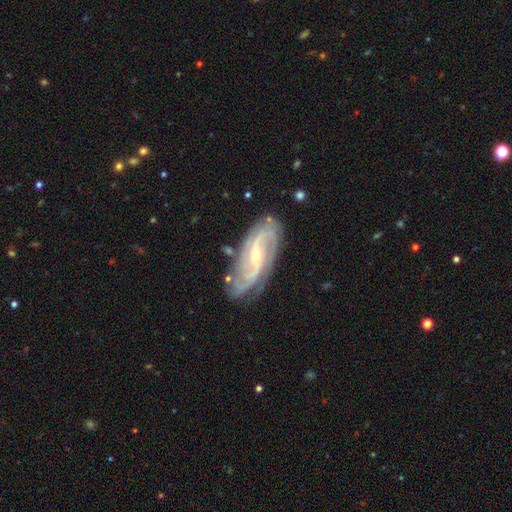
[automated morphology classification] The model was most divided on "bar": weak: 42%, no: 34%, strong: 25%. Remaining: spiral arms — yes (97%); edge-on disk — no (93%); smooth or featured — featured or disk (89%); merging — none (76%); bulge size — small (71%); spiral arm count — 2 (52%); spiral winding — medium (44%).